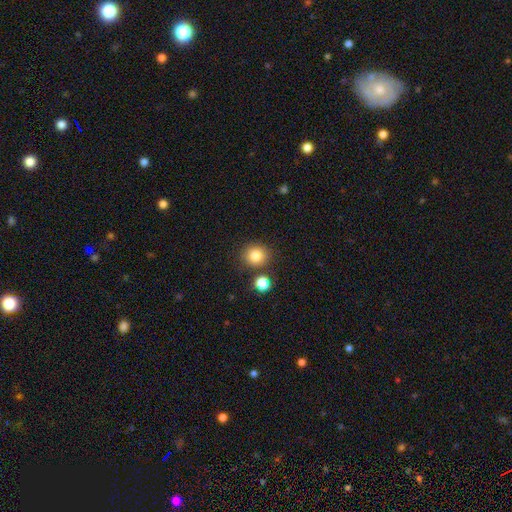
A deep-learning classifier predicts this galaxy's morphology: Smooth or featured? Predicted: smooth (p=0.83). How rounded? Predicted: round (p=0.87). Merging? Predicted: none (p=0.81).